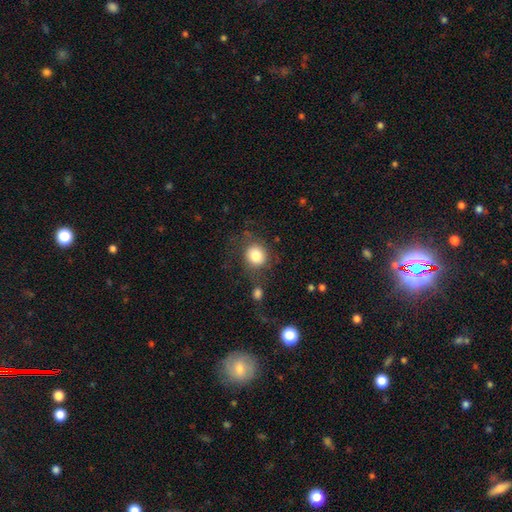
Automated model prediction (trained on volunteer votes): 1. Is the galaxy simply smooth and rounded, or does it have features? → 82% smooth, 9% featured or disk, 9% star or artifact.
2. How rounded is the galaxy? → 82% round, 17% in between, 1% cigar-shaped.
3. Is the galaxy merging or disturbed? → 68% none, 16% minor disturbance, 10% major disturbance, 6% merger.